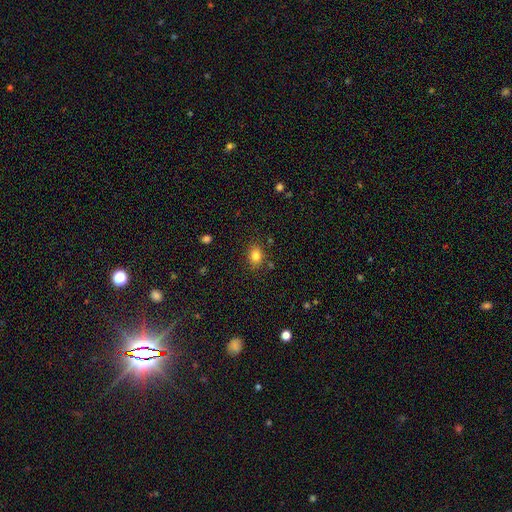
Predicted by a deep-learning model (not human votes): A smooth galaxy with no disk features (82%) that is in between round and cigar-shaped (54%). Merging: none (82%).